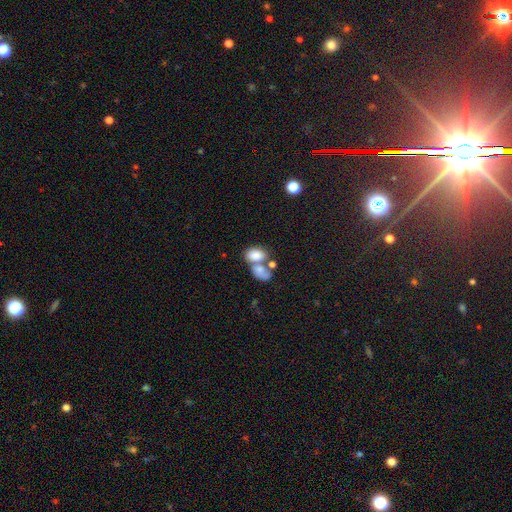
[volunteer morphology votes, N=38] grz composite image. It shows a smooth galaxy with no disk features (84%) that is in between round and cigar-shaped (88%). Merging: merger (56%).